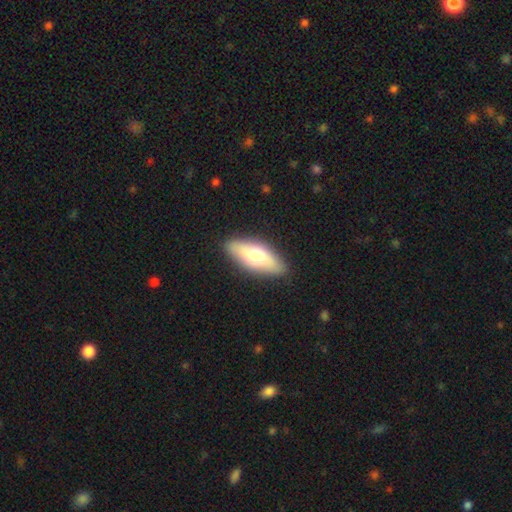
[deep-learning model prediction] A smooth galaxy with no disk features (64%) that is in between round and cigar-shaped (73%). Merging: none (86%).